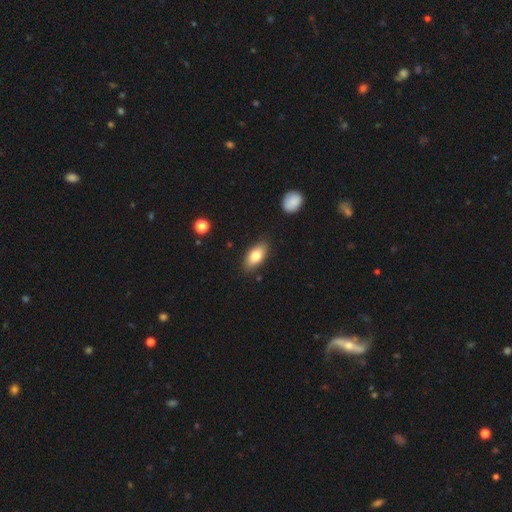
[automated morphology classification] This is likely a smooth galaxy (80%). How rounded: clearly in between (89%). Merging: clearly none (85%).